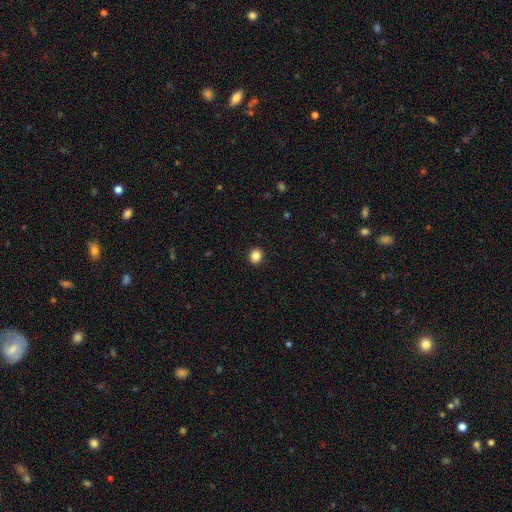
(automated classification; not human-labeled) Smooth or featured: smooth — 85% (star or artifact — 11%)
How rounded: round — 76% (in between — 23%)
Merging: none — 92% (minor disturbance — 5%)